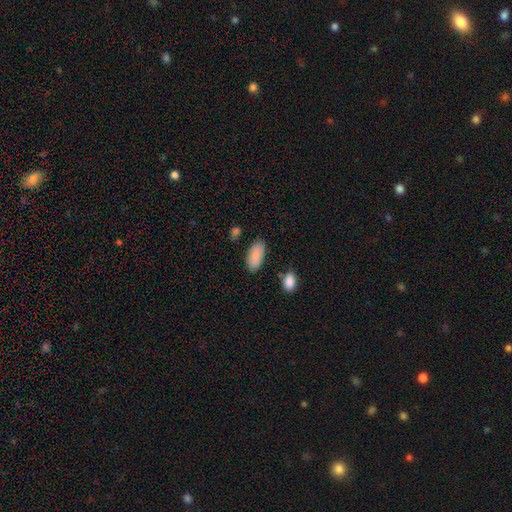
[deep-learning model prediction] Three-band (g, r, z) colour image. It shows a smooth galaxy with no disk features (89%) that is in between round and cigar-shaped (92%). Merging: none (82%).